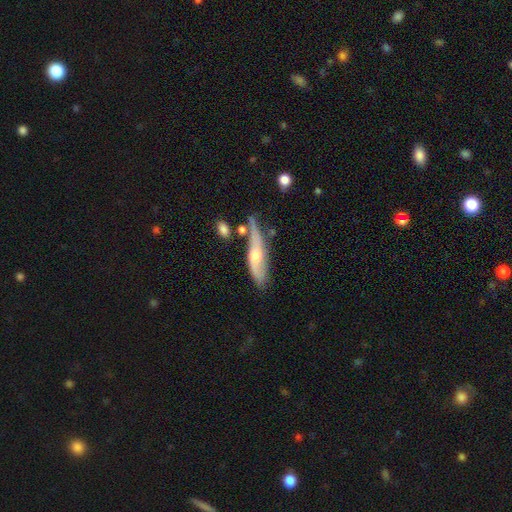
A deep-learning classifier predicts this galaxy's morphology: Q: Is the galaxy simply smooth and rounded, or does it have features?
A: featured or disk — 58%.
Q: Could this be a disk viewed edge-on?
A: no — 54%.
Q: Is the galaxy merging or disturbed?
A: none — 55%.